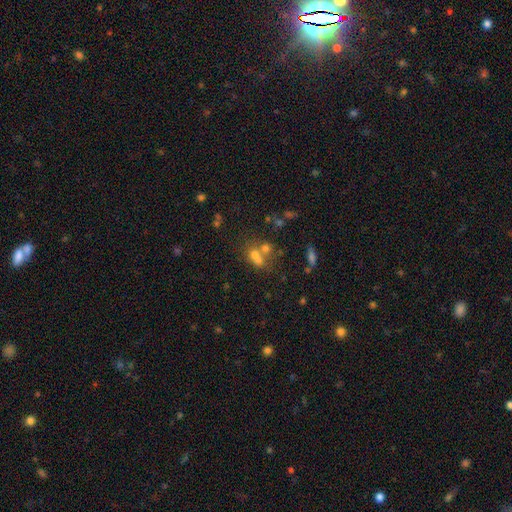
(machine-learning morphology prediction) smooth_or_featured: smooth (p=0.55) [alt: featured or disk p=0.23]
how_rounded: round (p=0.62) [alt: in between p=0.36]
merging: merger (p=0.54) [alt: none p=0.33]